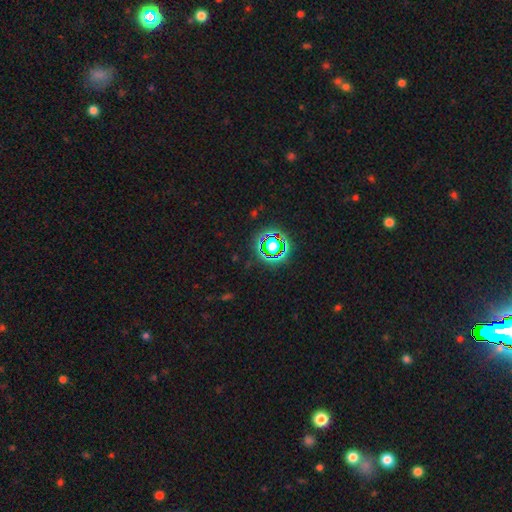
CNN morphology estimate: Smooth or featured?
  - star or artifact: 76% *
  - smooth: 15%
  - featured or disk: 10%